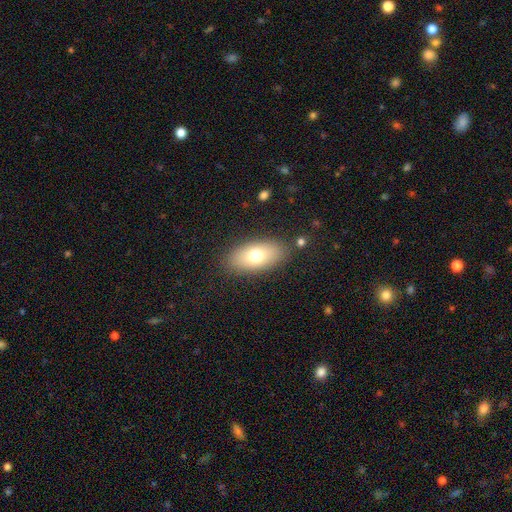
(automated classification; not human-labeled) A smooth galaxy with no disk features (72%) that is in between round and cigar-shaped (90%). Merging: none (85%).